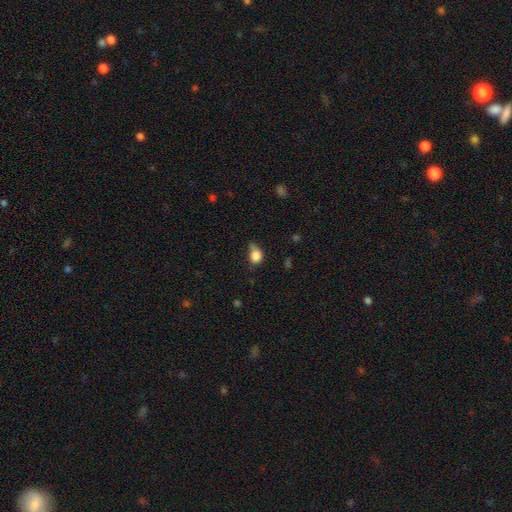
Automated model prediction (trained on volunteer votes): Smooth or featured? smooth (83%)
How rounded? in between (54%)
Merging? minor disturbance (42%)